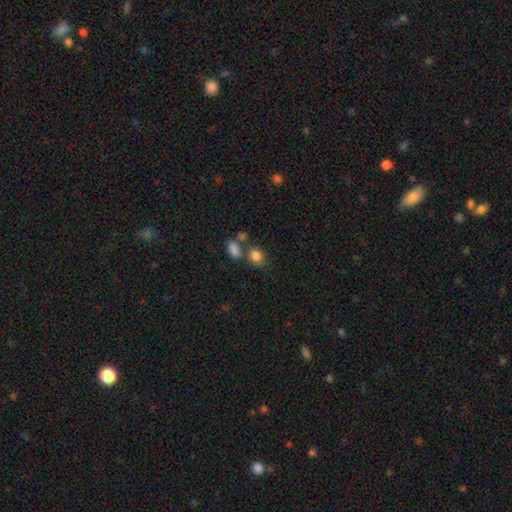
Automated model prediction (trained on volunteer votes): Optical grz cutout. It shows a smooth galaxy with no disk features (83%) that is round (55%). Merging: none (57%).